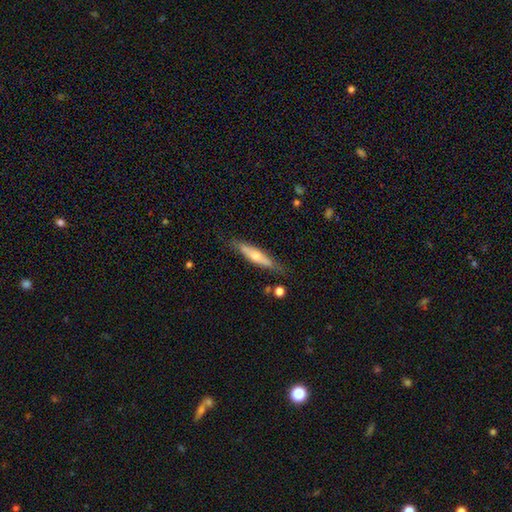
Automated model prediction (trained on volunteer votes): Q: Smooth or featured?
A: featured or disk (49%); runner-up: smooth (45%)
Q: Merging?
A: none (76%); runner-up: minor disturbance (17%)